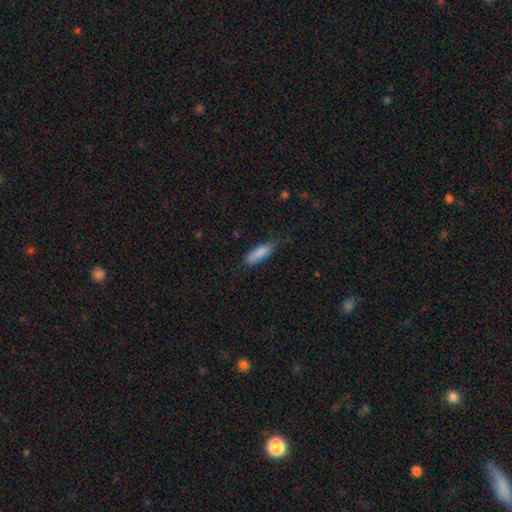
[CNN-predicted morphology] The model was most divided on "how rounded": cigar-shaped: 61%, in between: 38%, round: 2%. More confident: smooth or featured — smooth (84%); merging — none (72%).